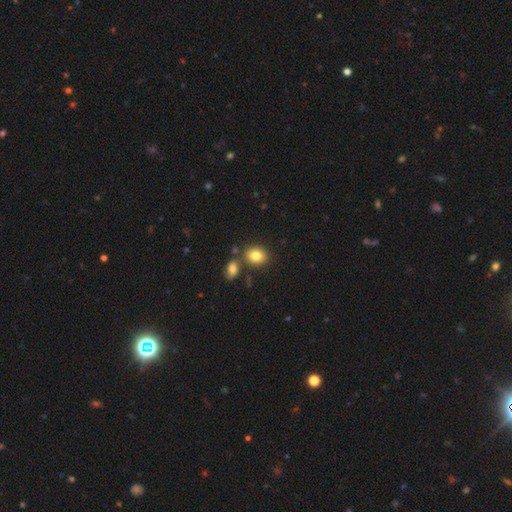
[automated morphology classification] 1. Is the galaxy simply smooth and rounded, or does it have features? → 82% smooth, 10% star or artifact, 9% featured or disk.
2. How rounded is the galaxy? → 53% in between, 46% round, 1% cigar-shaped.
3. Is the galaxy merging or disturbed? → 70% none, 16% merger, 11% minor disturbance, 3% major disturbance.